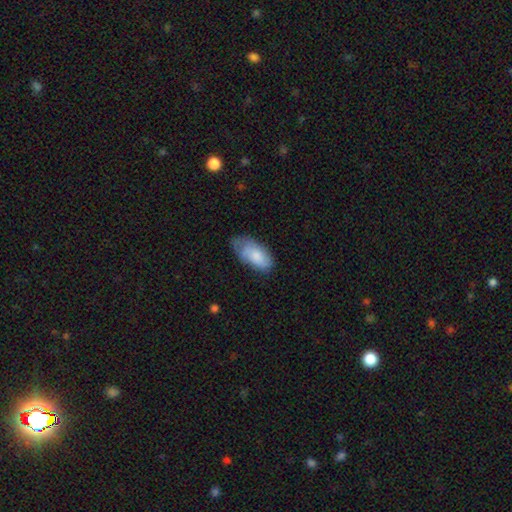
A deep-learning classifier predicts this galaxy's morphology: Overall: smooth (78%). How rounded: in between (93%). Merging: none (47%; minor disturbance 38%).